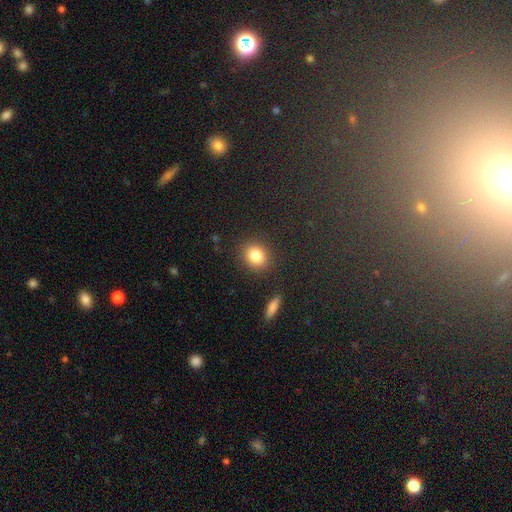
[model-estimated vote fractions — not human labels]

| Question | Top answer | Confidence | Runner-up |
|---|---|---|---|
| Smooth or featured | smooth | 83% | star or artifact (10%) |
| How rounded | round | 66% | in between (33%) |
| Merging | none | 87% | minor disturbance (8%) |